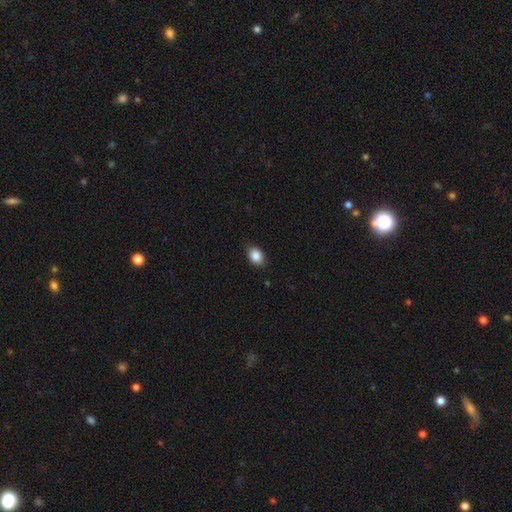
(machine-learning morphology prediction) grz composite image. It shows a smooth galaxy with no disk features (87%) that is in between round and cigar-shaped (73%). Merging: none (85%).